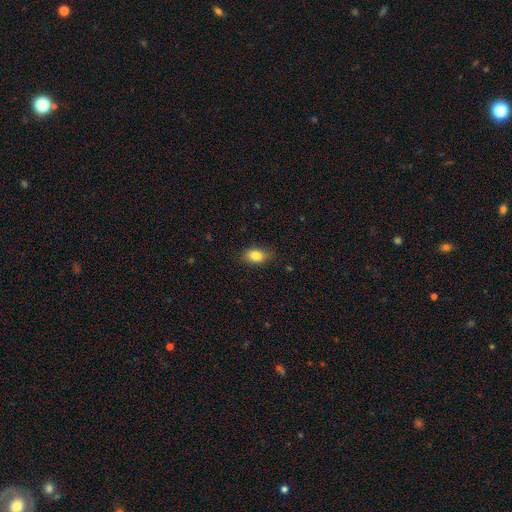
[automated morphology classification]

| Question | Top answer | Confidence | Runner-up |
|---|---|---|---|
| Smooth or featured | smooth | 84% | star or artifact (8%) |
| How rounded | in between | 84% | round (13%) |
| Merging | none | 82% | minor disturbance (14%) |